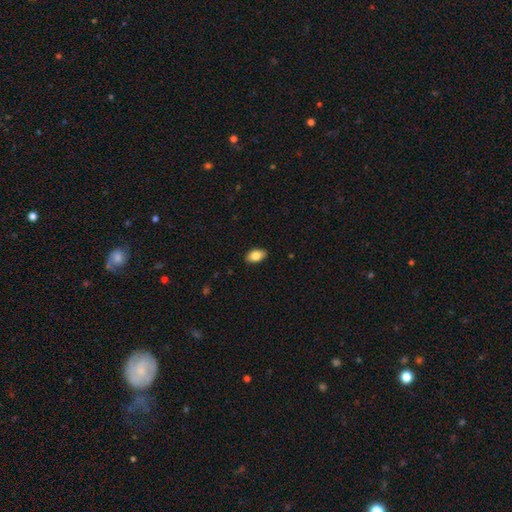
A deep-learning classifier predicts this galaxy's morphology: Q: Smooth or featured?
A: smooth (83%); runner-up: featured or disk (9%)
Q: How rounded?
A: in between (92%); runner-up: round (6%)
Q: Merging?
A: none (89%); runner-up: minor disturbance (9%)